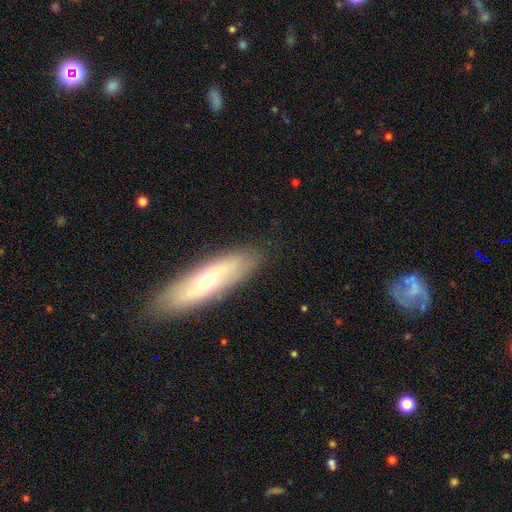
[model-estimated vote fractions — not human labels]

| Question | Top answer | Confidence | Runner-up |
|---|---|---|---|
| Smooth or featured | smooth | 46% | tied: featured or disk (46%) |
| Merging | none | 86% | minor disturbance (10%) |